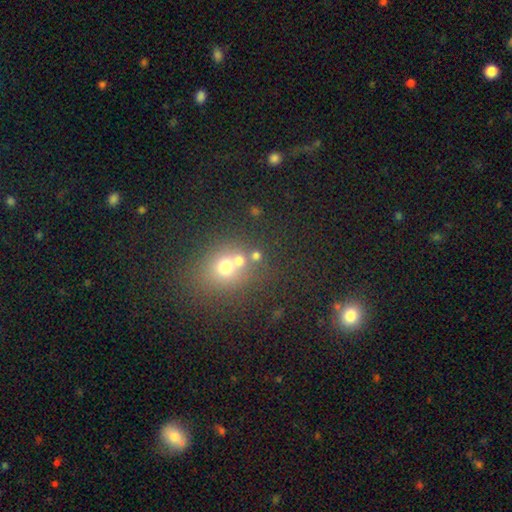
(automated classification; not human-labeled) smooth-or-featured: smooth: 63% | star or artifact: 24% | featured or disk: 13%
  how-rounded: round: 82% | in between: 17% | cigar-shaped: 1%
  merging: none: 53% | merger: 34% | minor disturbance: 8% | major disturbance: 5%